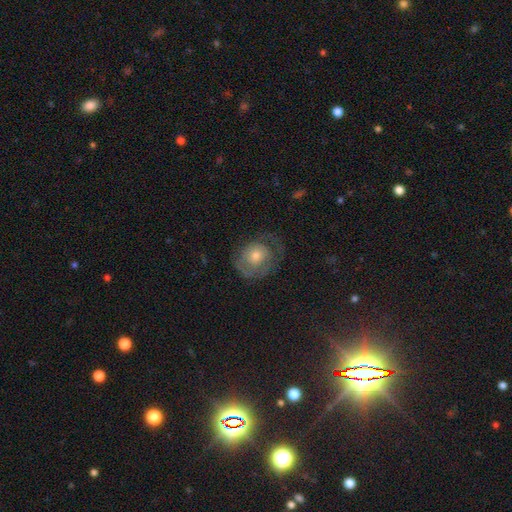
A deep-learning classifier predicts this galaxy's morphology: Overall: featured or disk (51%; smooth 39%). Edge-on disk: no (96%). Merging: none (56%; minor disturbance 23%).